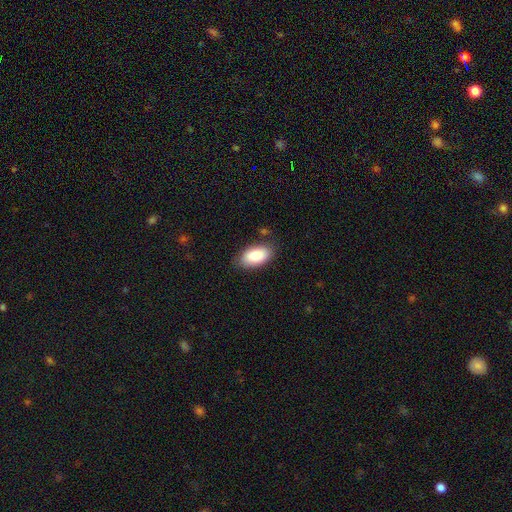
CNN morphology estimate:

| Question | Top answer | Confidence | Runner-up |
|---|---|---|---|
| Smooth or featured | smooth | 87% | featured or disk (6%) |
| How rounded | in between | 94% | round (3%) |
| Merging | none | 80% | minor disturbance (15%) |